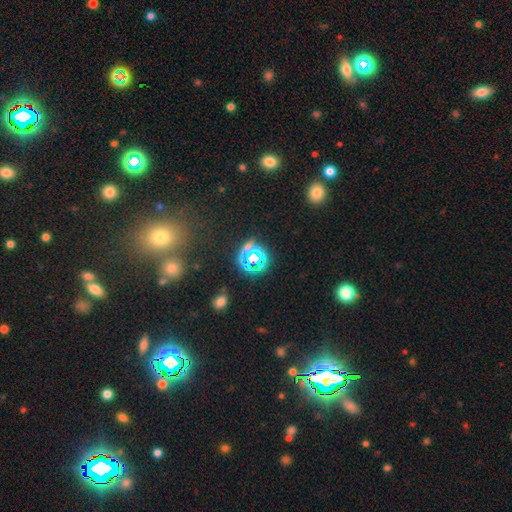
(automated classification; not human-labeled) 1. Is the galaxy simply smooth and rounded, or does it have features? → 69% star or artifact, 21% smooth, 11% featured or disk.